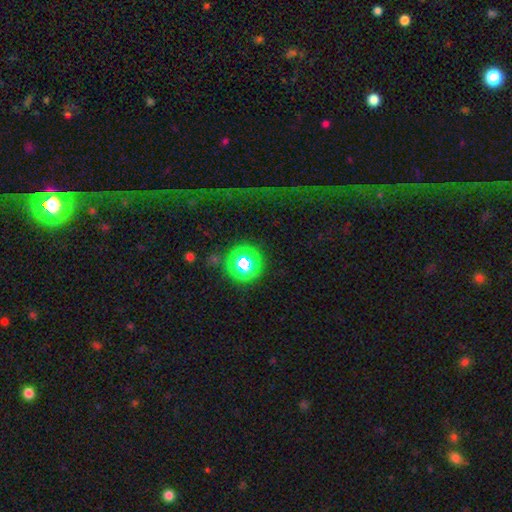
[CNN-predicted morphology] Smooth or featured: star or artifact — 52% (smooth — 37%)